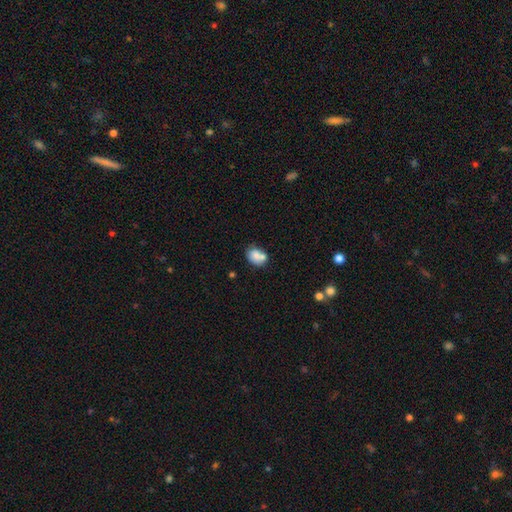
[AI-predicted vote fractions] smooth-or-featured: smooth: 76% | featured or disk: 15% | star or artifact: 9%
  how-rounded: in between: 65% | round: 34% | cigar-shaped: 1%
  merging: none: 43% | merger: 32% | minor disturbance: 18% | major disturbance: 6%